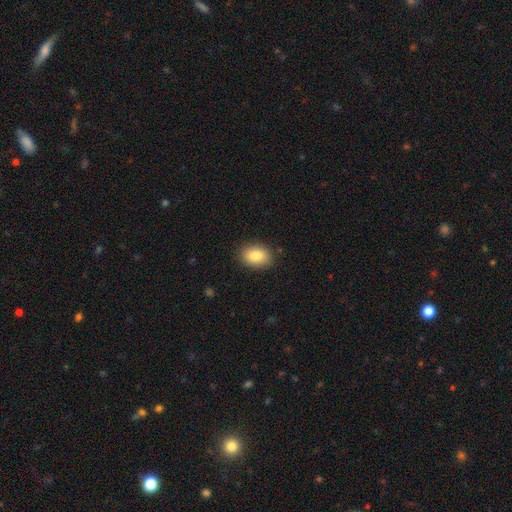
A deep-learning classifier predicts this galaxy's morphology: Q: Smooth or featured?
A: smooth (86%); runner-up: star or artifact (8%)
Q: How rounded?
A: in between (79%); runner-up: round (20%)
Q: Merging?
A: none (87%); runner-up: minor disturbance (10%)